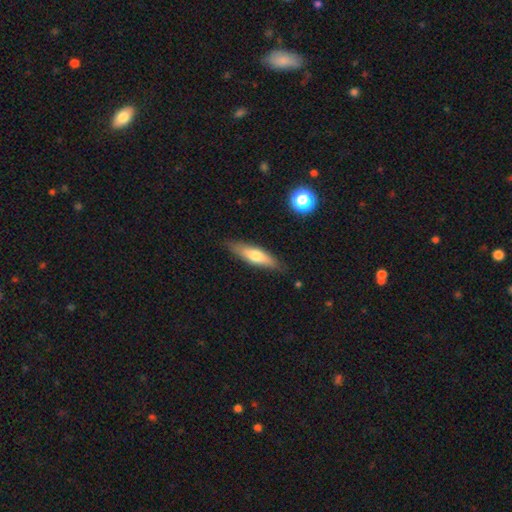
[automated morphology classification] This appears to be a smooth galaxy with no disk features (61%) that is cigar-shaped (64%). Merging: none (83%).